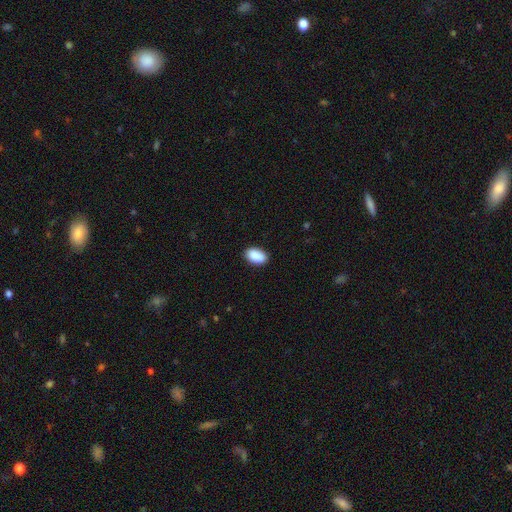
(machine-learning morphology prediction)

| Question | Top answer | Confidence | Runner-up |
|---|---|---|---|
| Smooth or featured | smooth | 91% | star or artifact (6%) |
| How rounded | in between | 93% | round (5%) |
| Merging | none | 88% | minor disturbance (9%) |